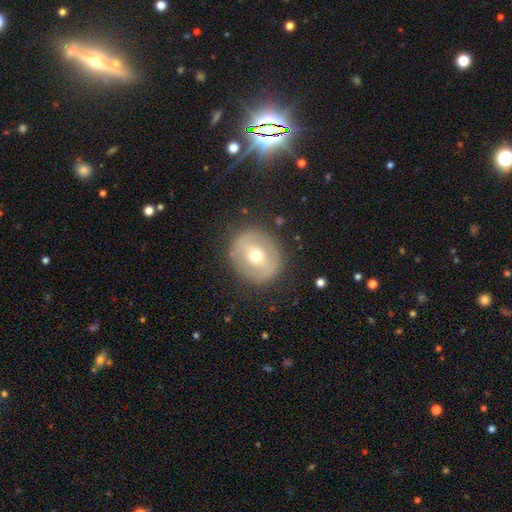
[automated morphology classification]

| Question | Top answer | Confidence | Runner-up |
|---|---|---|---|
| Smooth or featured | featured or disk | 46% | tied: smooth (46%) |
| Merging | none | 85% | minor disturbance (9%) |